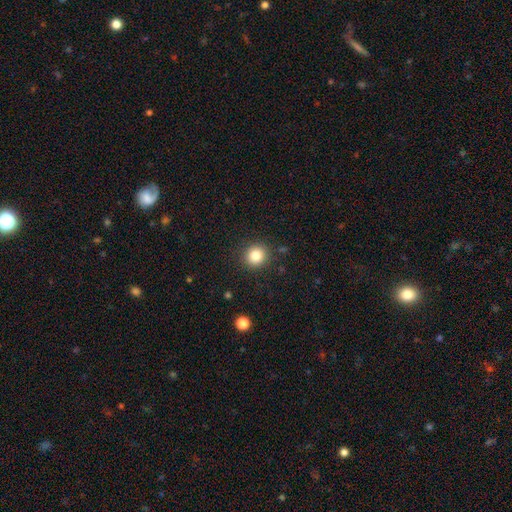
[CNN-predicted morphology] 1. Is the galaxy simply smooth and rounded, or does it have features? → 83% smooth, 11% star or artifact, 6% featured or disk.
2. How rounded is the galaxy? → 90% round, 9% in between, 1% cigar-shaped.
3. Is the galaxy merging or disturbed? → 89% none, 7% minor disturbance, 3% major disturbance, 1% merger.